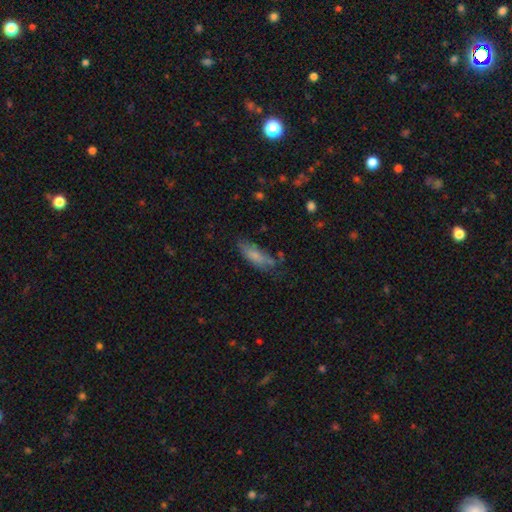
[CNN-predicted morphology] Smooth or featured? Predicted: smooth (p=0.70). How rounded? Predicted: in between (p=0.59). Merging? Predicted: none (p=0.52).